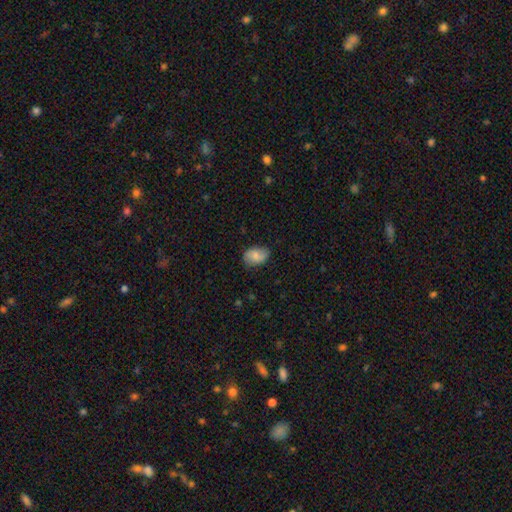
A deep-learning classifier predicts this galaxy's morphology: A smooth galaxy with no disk features (75%) that is in between round and cigar-shaped (85%).

Vote fractions:
- Smooth or featured? smooth: 75% / featured or disk: 18% / star or artifact: 7%
- How rounded? in between: 85% / round: 14% / cigar-shaped: 1%
- Merging? none: 73% / minor disturbance: 22% / major disturbance: 4% / merger: 1%